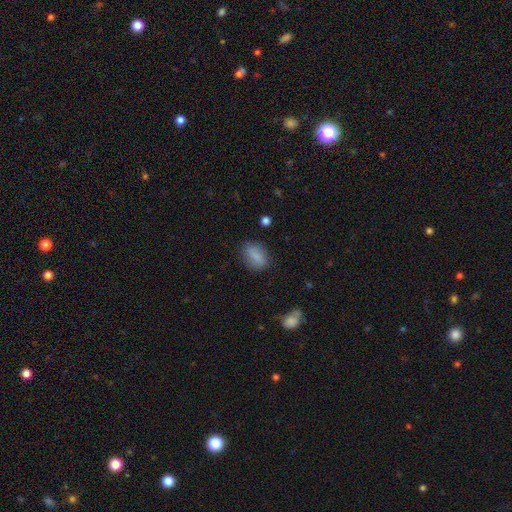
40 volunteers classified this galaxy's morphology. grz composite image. It shows a smooth galaxy with no disk features (82%) that is in between round and cigar-shaped (73%). Merging: none (69%).